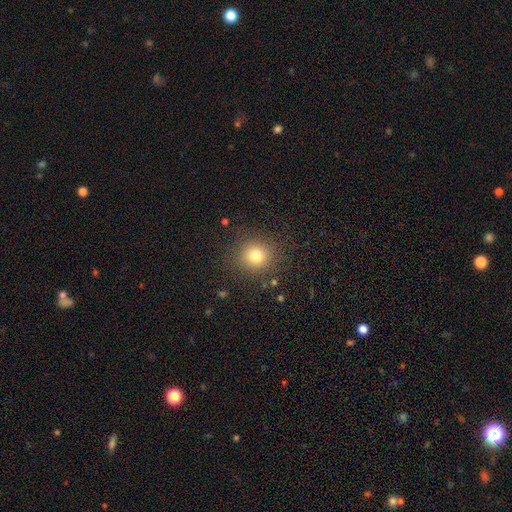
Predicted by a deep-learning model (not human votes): Overall: smooth (77%). How rounded: round (90%). Merging: none (87%).